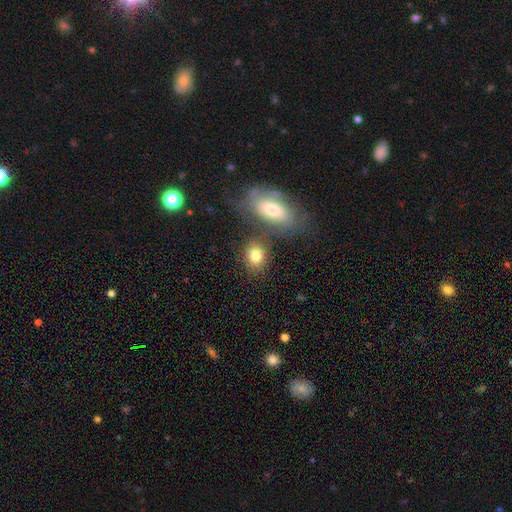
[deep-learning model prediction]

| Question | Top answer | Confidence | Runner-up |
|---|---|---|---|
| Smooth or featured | smooth | 80% | featured or disk (11%) |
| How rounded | in between | 66% | round (32%) |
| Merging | none | 64% | merger (18%) |